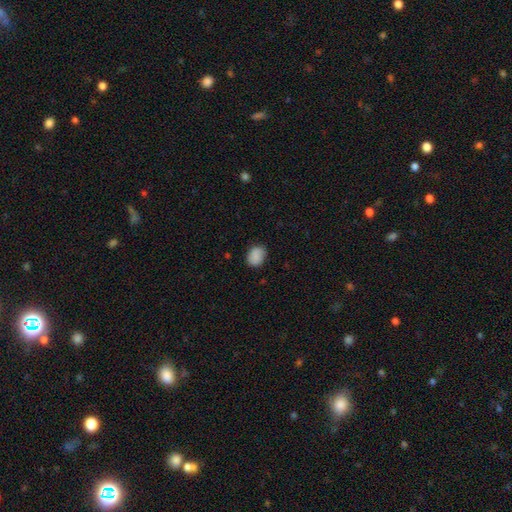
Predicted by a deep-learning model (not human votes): Morphology: type=smooth (86%); roundness=in between (53%); merging=none (78%).